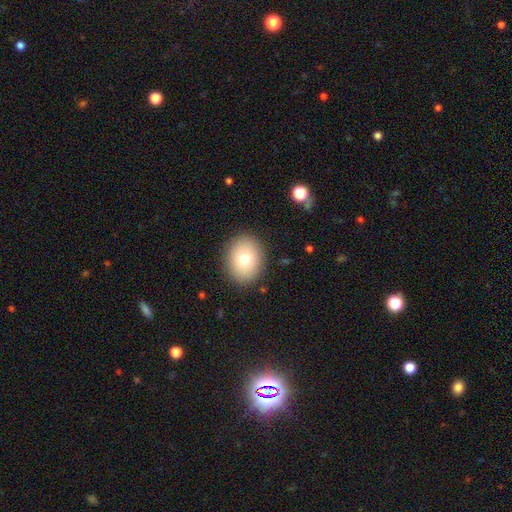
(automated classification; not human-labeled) Smooth or featured? Predicted: smooth (p=0.63). How rounded? Predicted: round (p=0.60). Merging? Predicted: none (p=0.90).